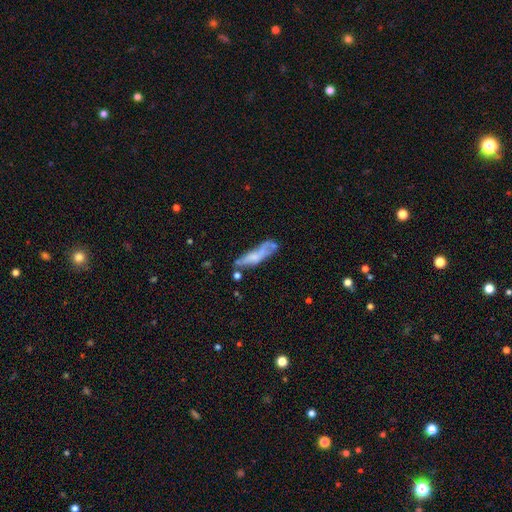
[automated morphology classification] A smooth galaxy with no disk features (48%).

Vote fractions:
- Smooth or featured? smooth: 48% / featured or disk: 42% / star or artifact: 10%
- Merging? none: 37% / minor disturbance: 24% / merger: 20% / major disturbance: 19%